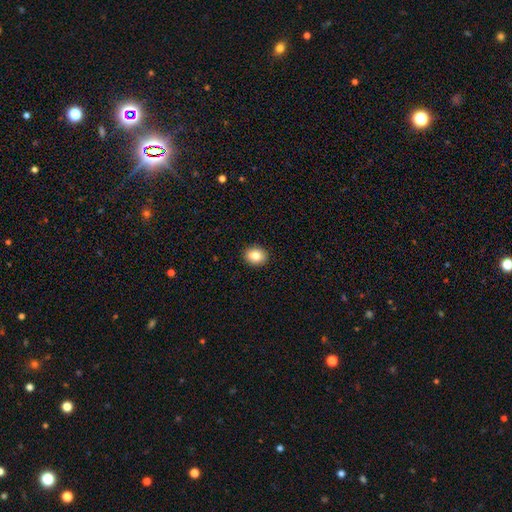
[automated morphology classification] smooth-or-featured: smooth: 82% | featured or disk: 9% | star or artifact: 9%
  how-rounded: in between: 50% | round: 49% | cigar-shaped: 1%
  merging: none: 91% | minor disturbance: 7% | major disturbance: 2% | merger: 1%